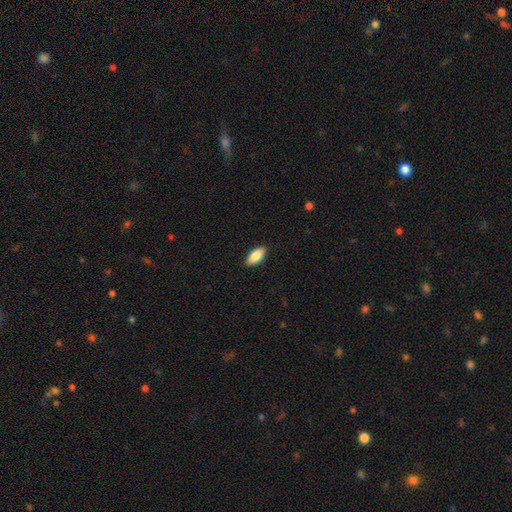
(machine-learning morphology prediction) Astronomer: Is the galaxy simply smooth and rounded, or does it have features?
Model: smooth — 84%.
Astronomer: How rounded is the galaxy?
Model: in between — 90%.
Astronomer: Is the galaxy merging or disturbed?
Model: none — 89%.